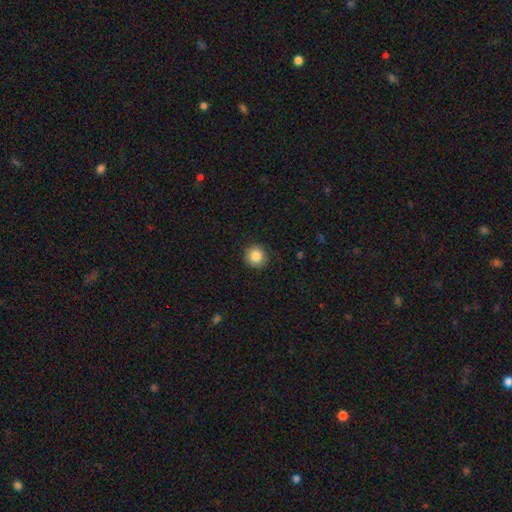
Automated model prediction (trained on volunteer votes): smooth 85%, star or artifact 9%, featured or disk 6%. Down the decision tree: how rounded — round (92%); merging — none (90%).